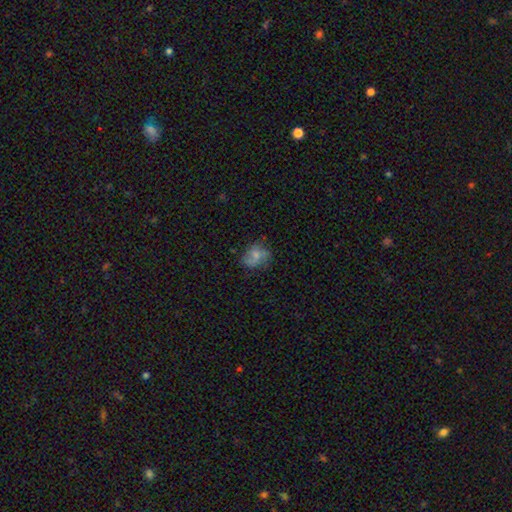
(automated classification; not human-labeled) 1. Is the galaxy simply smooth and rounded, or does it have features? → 54% smooth, 36% featured or disk, 10% star or artifact.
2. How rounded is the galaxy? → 58% in between, 41% round, 1% cigar-shaped.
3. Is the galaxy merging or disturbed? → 56% none, 27% minor disturbance, 16% major disturbance, 2% merger.